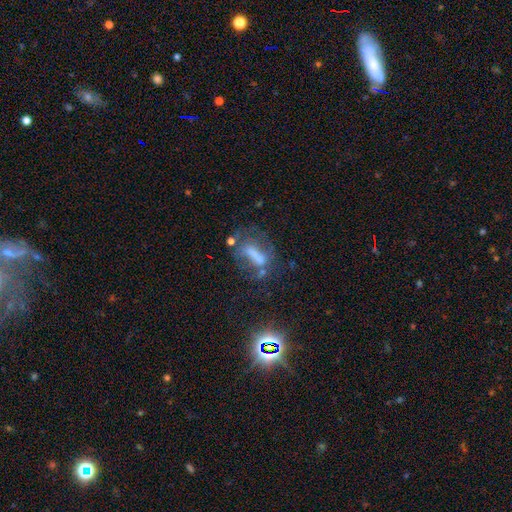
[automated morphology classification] Smooth or featured? Predicted: featured or disk (p=0.43). Merging? Predicted: none (p=0.37).